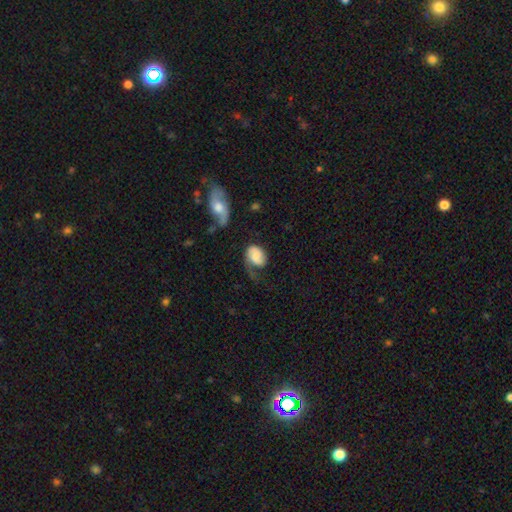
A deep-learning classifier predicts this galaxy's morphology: A smooth galaxy with no disk features (47%).

Vote fractions:
- Smooth or featured? smooth: 47% / featured or disk: 46% / star or artifact: 8%
- Merging? major disturbance: 37% / none: 31% / minor disturbance: 27% / merger: 5%